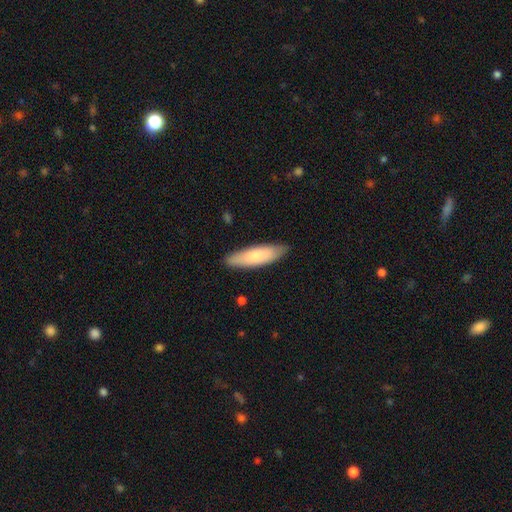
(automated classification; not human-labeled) smooth 77%, featured or disk 18%, star or artifact 5%. Down the decision tree: how rounded — cigar-shaped (59%); merging — none (86%).